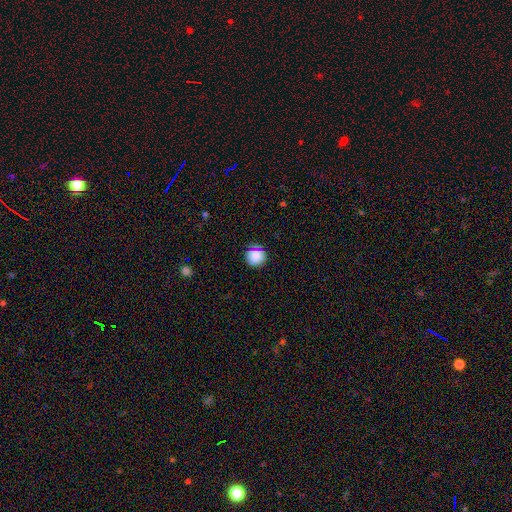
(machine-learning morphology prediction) Smooth or featured? smooth (82%)
How rounded? round (94%)
Merging? none (85%)